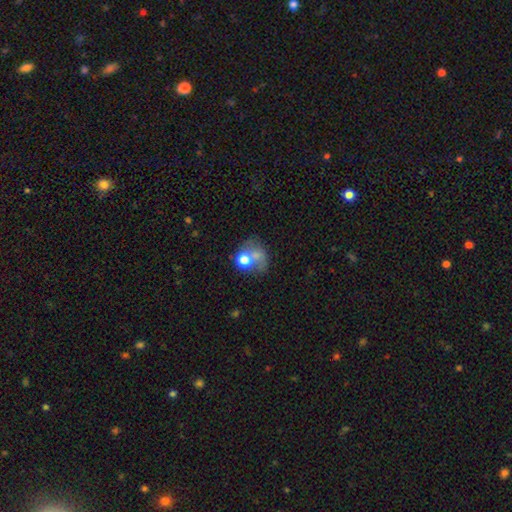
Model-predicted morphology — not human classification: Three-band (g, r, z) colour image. It shows a smooth galaxy with no disk features (58%) that is round (58%). Merging: merger (34%).